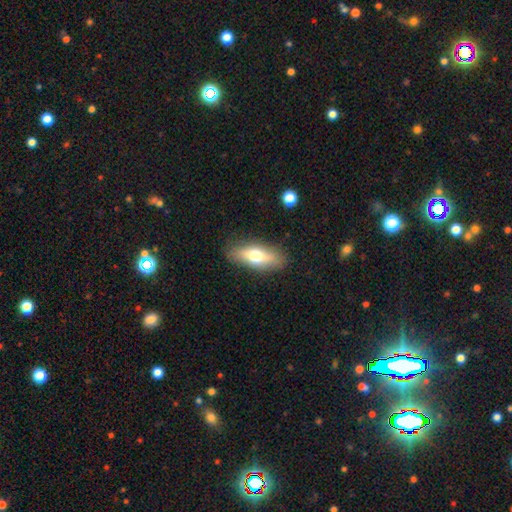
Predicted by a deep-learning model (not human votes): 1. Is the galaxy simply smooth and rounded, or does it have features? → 63% smooth, 30% featured or disk, 7% star or artifact.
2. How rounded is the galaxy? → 65% in between, 31% cigar-shaped, 4% round.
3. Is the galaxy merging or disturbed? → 86% none, 10% minor disturbance, 3% major disturbance, 1% merger.